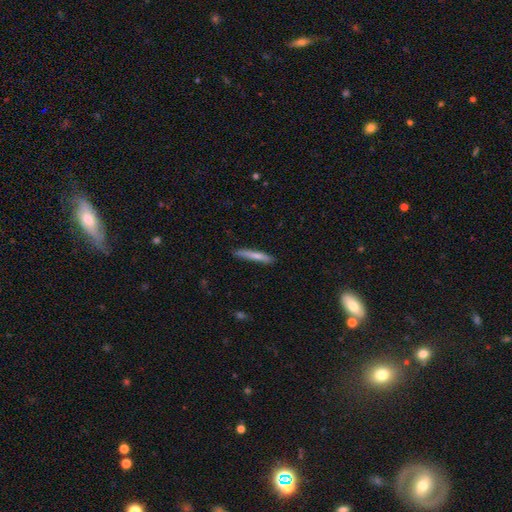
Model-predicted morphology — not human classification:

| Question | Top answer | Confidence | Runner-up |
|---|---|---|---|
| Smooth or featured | smooth | 70% | featured or disk (24%) |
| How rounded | cigar-shaped | 95% | in between (4%) |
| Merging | none | 83% | minor disturbance (14%) |